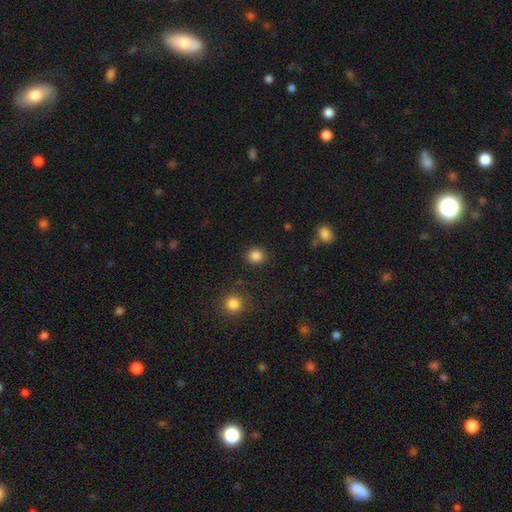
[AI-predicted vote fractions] A smooth galaxy with no disk features (86%) that is round (86%).

Vote fractions:
- Smooth or featured? smooth: 86% / star or artifact: 11% / featured or disk: 3%
- How rounded? round: 86% / in between: 13% / cigar-shaped: 1%
- Merging? none: 89% / minor disturbance: 6% / major disturbance: 3% / merger: 2%